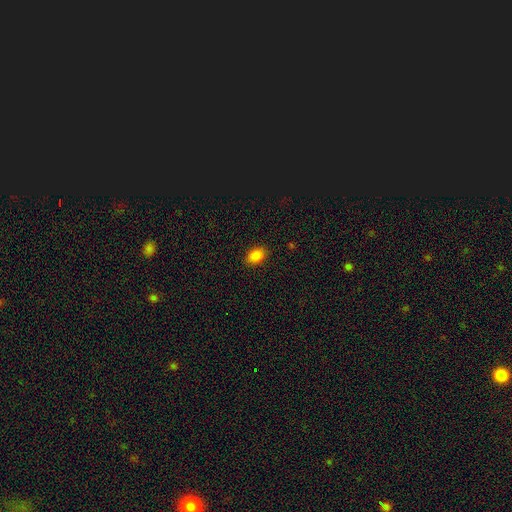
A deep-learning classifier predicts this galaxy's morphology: Smooth or featured? Predicted: smooth (p=0.86). How rounded? Predicted: in between (p=0.86). Merging? Predicted: none (p=0.88).